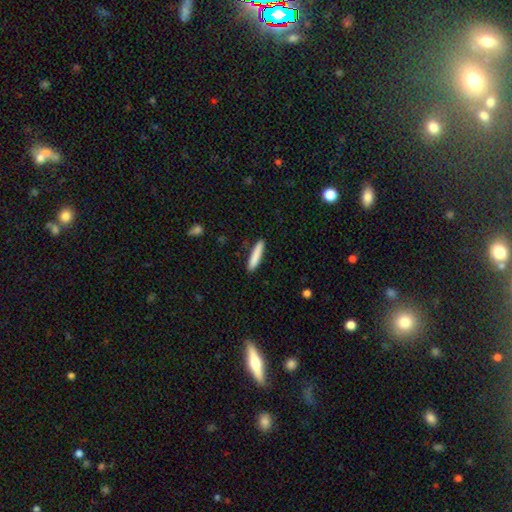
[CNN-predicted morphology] The model was most divided on "smooth or featured": smooth: 85%, featured or disk: 9%, star or artifact: 6%. More confident: how rounded — cigar-shaped (90%); merging — none (89%).